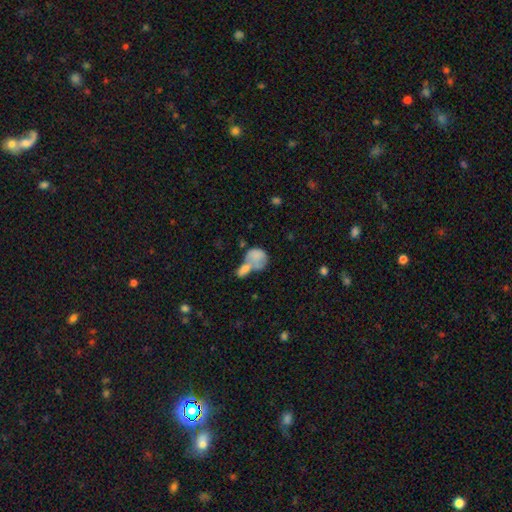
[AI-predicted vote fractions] This appears to be a smooth galaxy with no disk features (70%) that is in between round and cigar-shaped (59%). Merging: merger (65%).